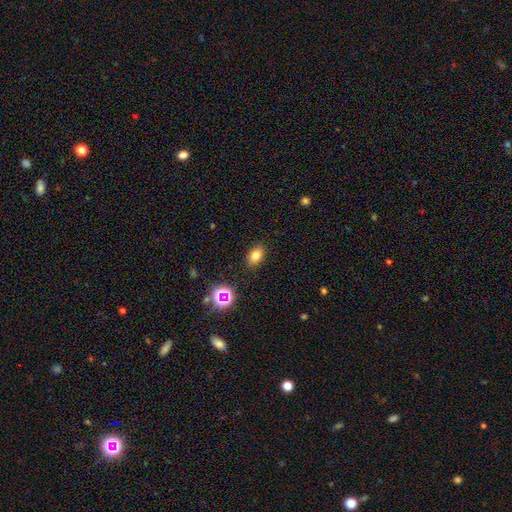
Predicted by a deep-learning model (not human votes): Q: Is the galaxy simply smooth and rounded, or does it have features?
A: smooth — 76%.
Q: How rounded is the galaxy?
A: in between — 79%.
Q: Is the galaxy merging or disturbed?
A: none — 87%.